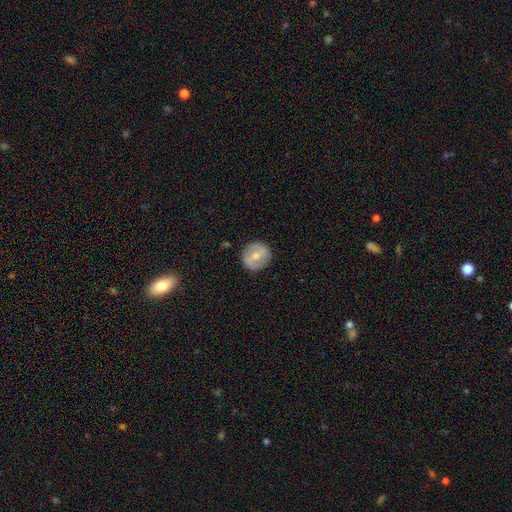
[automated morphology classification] Smooth or featured?
  - featured or disk: 47% *
  - smooth: 46%
  - star or artifact: 7%
Merging?
  - none: 88% *
  - minor disturbance: 8%
  - major disturbance: 2%
  - merger: 1%